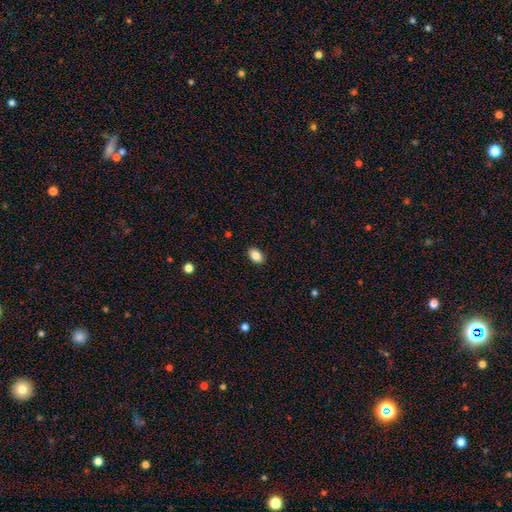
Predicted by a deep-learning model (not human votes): Smooth or featured? Predicted: smooth (p=0.86). How rounded? Predicted: in between (p=0.88). Merging? Predicted: none (p=0.89).